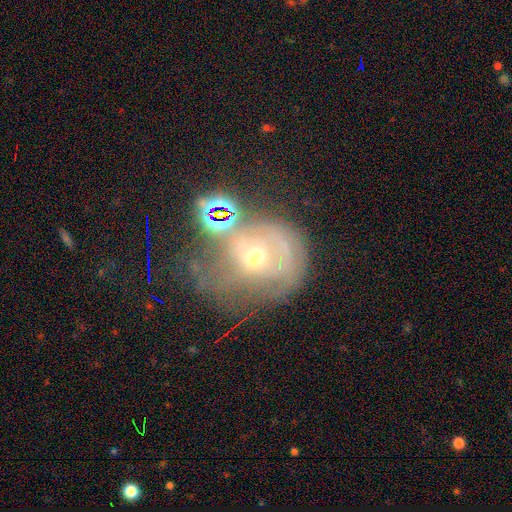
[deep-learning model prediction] Smooth or featured? featured or disk (58%)
Edge-on disk? no (96%)
Bar? no (69%)
Spiral arms? yes (56%)
Bulge size? moderate (58%)
Merging? major disturbance (31%)